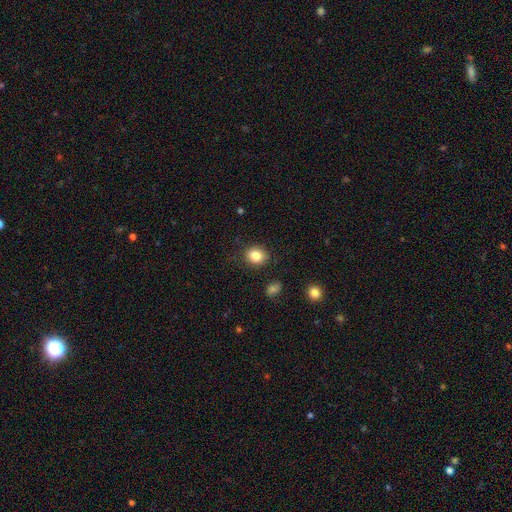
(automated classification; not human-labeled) This is clearly a smooth galaxy (83%). How rounded: likely round (68%). Merging: clearly none (87%).